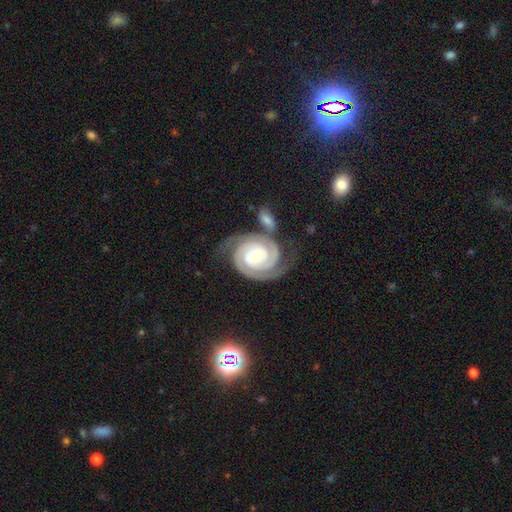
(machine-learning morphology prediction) Overall: featured or disk (93%). Edge-on disk: no (98%). Bar: no (56%; weak 29%). Spiral arms: yes (99%). Spiral arm count: 2 (86%). Spiral winding: tight (83%). Bulge size: moderate (54%; small 40%). Merging: none (71%).